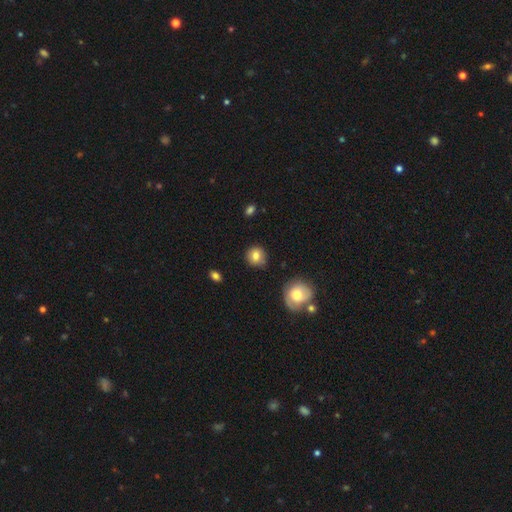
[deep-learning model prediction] Smooth or featured? smooth (80%)
How rounded? round (87%)
Merging? none (81%)